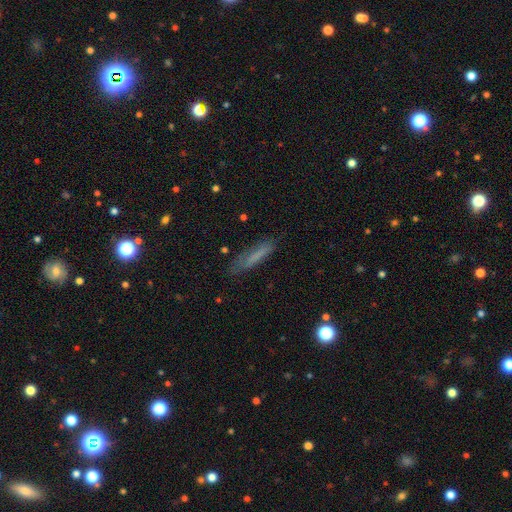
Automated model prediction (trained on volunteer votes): Smooth or featured? Predicted: smooth (p=0.67). How rounded? Predicted: cigar-shaped (p=0.85). Merging? Predicted: none (p=0.76).